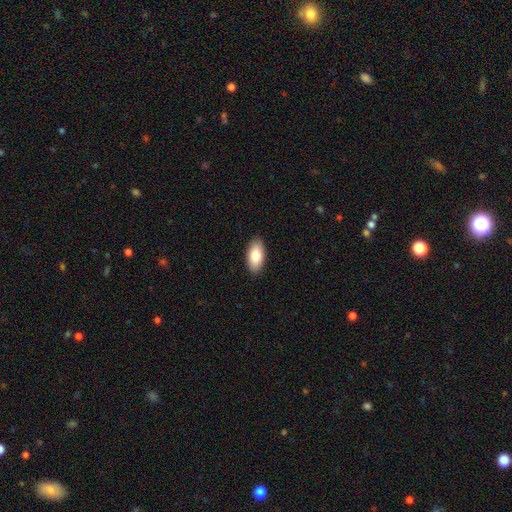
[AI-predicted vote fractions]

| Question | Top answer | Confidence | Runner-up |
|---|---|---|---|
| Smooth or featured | smooth | 82% | featured or disk (12%) |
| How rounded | in between | 93% | cigar-shaped (4%) |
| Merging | none | 90% | minor disturbance (8%) |